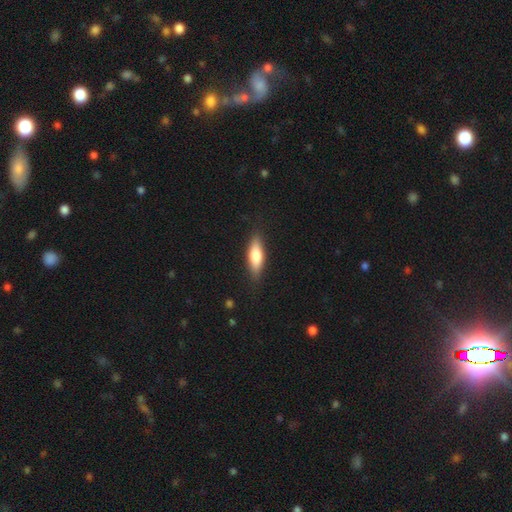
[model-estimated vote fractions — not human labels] Smooth or featured?
  - smooth: 70% *
  - featured or disk: 24%
  - star or artifact: 6%
How rounded?
  - in between: 54% *
  - cigar-shaped: 44%
  - round: 2%
Merging?
  - none: 84% *
  - minor disturbance: 12%
  - major disturbance: 3%
  - merger: 1%